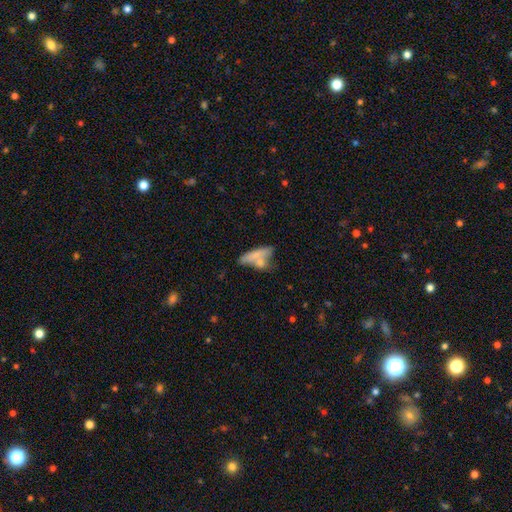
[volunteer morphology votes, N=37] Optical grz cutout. It shows a smooth galaxy with no disk features (59%) that is cigar-shaped (59%). Merging: merger (51%).